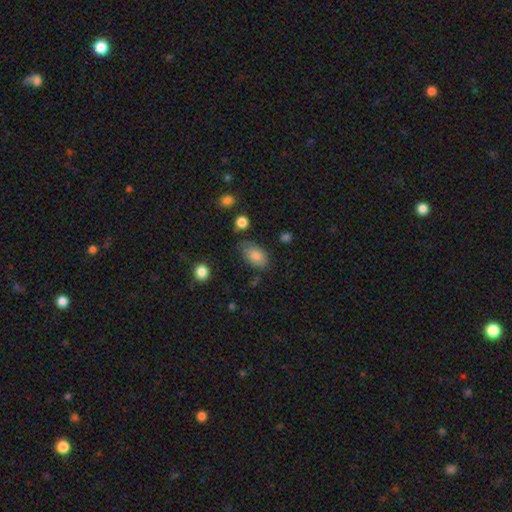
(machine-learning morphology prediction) A smooth galaxy with no disk features (83%) that is in between round and cigar-shaped (91%).

Vote fractions:
- Smooth or featured? smooth: 83% / featured or disk: 9% / star or artifact: 8%
- How rounded? in between: 91% / round: 7% / cigar-shaped: 2%
- Merging? none: 69% / minor disturbance: 22% / major disturbance: 6% / merger: 4%